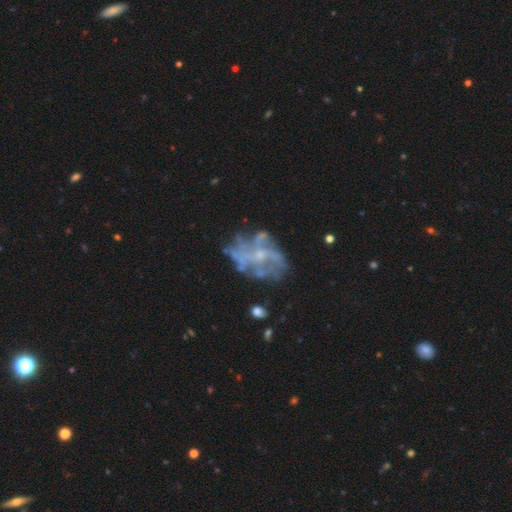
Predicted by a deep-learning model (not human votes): smooth-or-featured: featured or disk: 74% | smooth: 13% | star or artifact: 12%
  disk-edge-on: no: 97% | yes: 3%
    bar: no: 70% | weak: 24% | strong: 6%
    has-spiral-arms: no: 58% | yes: 42%
    bulge-size: small: 53% | moderate: 23% | none: 22% | large: 2% | dominant: 1%
  merging: none: 52% | major disturbance: 22% | minor disturbance: 19% | merger: 7%